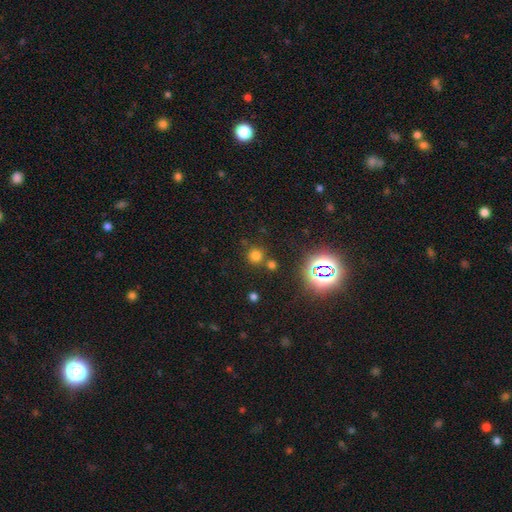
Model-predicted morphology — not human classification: Q: Smooth or featured?
A: smooth (67%); runner-up: star or artifact (26%)
Q: How rounded?
A: round (92%); runner-up: in between (7%)
Q: Merging?
A: none (72%); runner-up: merger (16%)